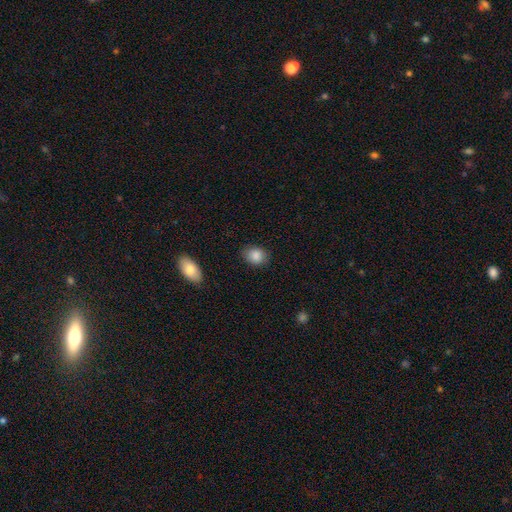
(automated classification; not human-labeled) Morphology: type=smooth (87%); roundness=in between (57%); merging=none (83%).